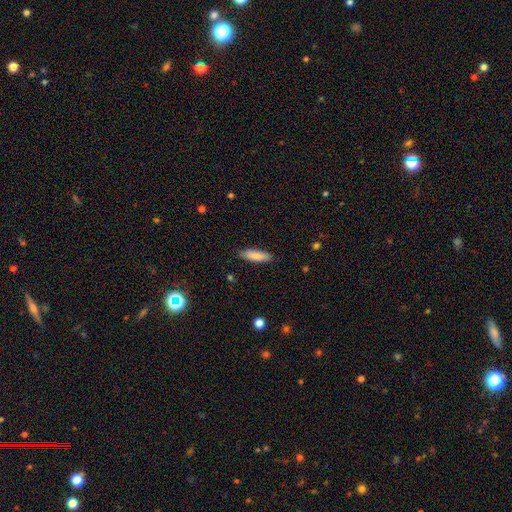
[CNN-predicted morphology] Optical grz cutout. It shows a smooth galaxy with no disk features (84%) that is cigar-shaped (59%). Merging: none (86%).